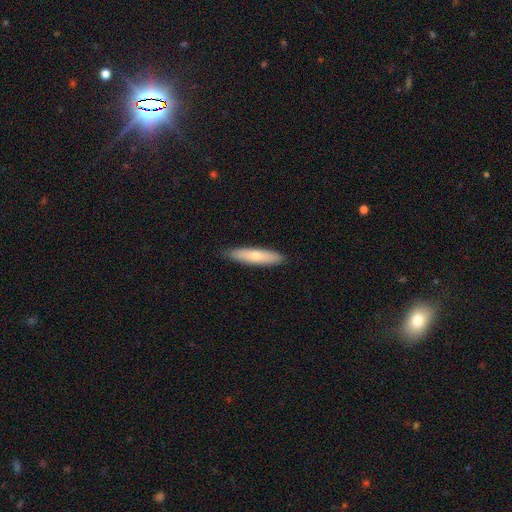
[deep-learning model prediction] Smooth or featured: smooth — 68% (featured or disk — 26%)
How rounded: cigar-shaped — 80% (in between — 18%)
Merging: none — 87% (minor disturbance — 10%)